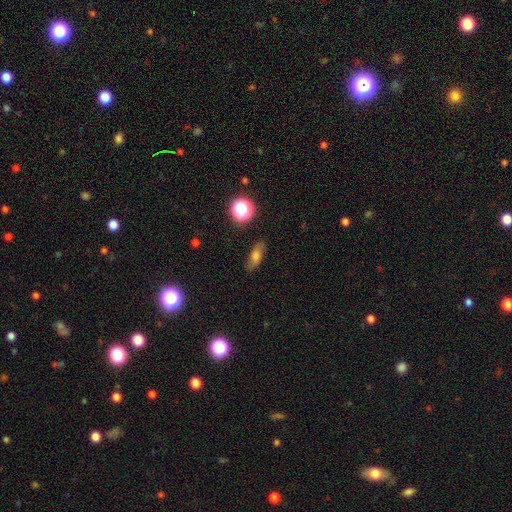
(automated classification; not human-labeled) smooth_or_featured: smooth (p=0.65) [alt: featured or disk p=0.22]
how_rounded: in between (p=0.65) [alt: cigar-shaped p=0.25]
merging: none (p=0.82) [alt: minor disturbance p=0.13]